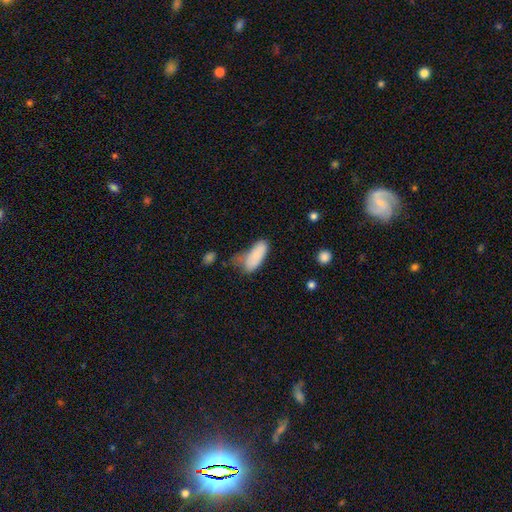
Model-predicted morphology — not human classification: Overall: smooth (83%). How rounded: in between (76%). Merging: minor disturbance (34%, tied with none).